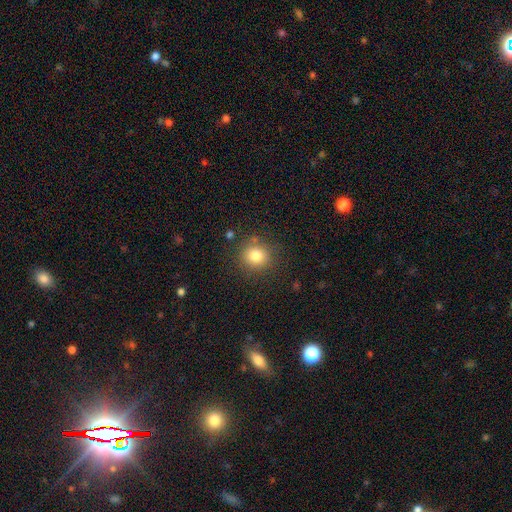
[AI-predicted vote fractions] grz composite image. It shows a smooth galaxy with no disk features (80%) that is round (89%). Merging: none (84%).